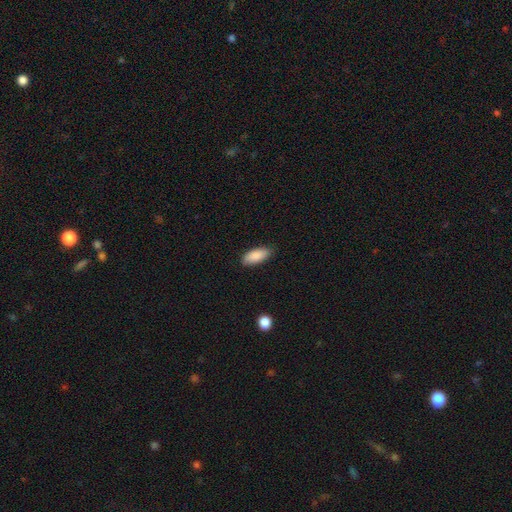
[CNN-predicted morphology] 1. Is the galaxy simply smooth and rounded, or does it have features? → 88% smooth, 6% star or artifact, 6% featured or disk.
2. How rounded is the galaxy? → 84% in between, 14% cigar-shaped, 2% round.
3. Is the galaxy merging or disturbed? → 84% none, 12% minor disturbance, 2% major disturbance, 1% merger.